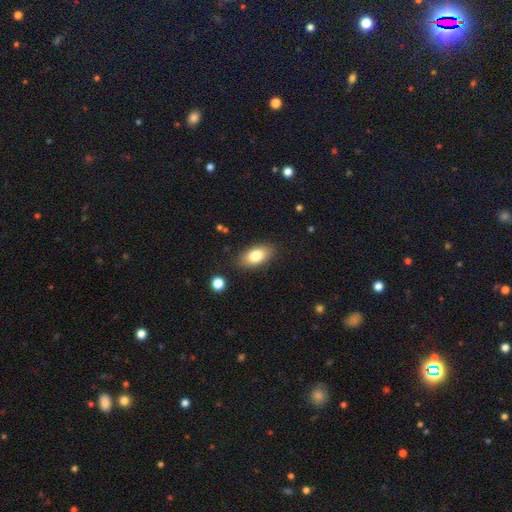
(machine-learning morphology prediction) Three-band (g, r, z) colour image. It shows a smooth galaxy with no disk features (79%) that is in between round and cigar-shaped (90%). Merging: none (86%).